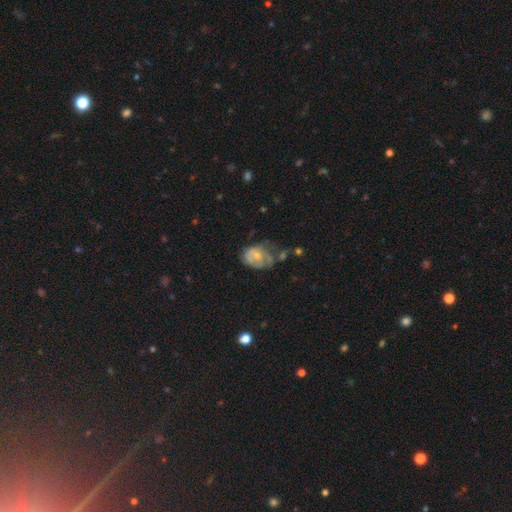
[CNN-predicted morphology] The model was most divided on "merging" (2-way tie): minor disturbance: 30%, major disturbance: 30%, none: 29%, merger: 10%. Remaining: edge-on disk — no (97%); bar — no (72%); spiral arms — yes (58%); smooth or featured — featured or disk (55%); bulge size — small (48%).